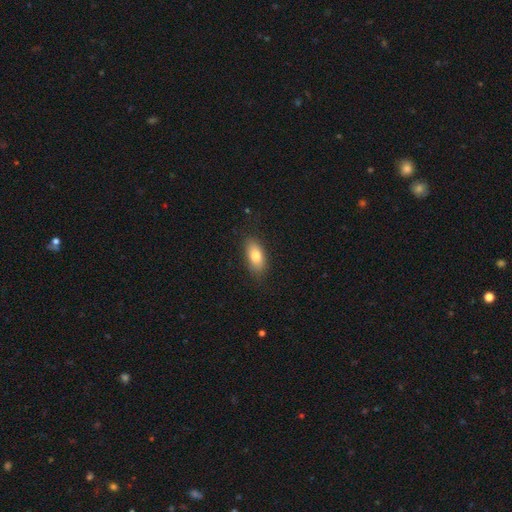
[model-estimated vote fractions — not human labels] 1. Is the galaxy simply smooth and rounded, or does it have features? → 80% smooth, 13% featured or disk, 7% star or artifact.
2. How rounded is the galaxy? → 87% in between, 8% cigar-shaped, 5% round.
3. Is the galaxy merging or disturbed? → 81% none, 14% minor disturbance, 3% major disturbance, 1% merger.